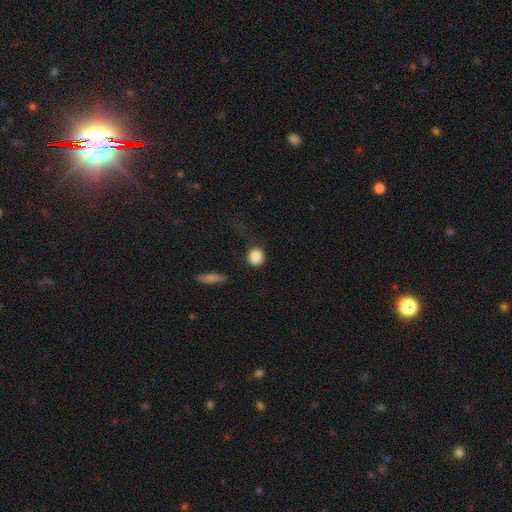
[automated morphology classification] This appears to be a smooth galaxy with no disk features (87%) that is round (87%). Merging: none (74%).